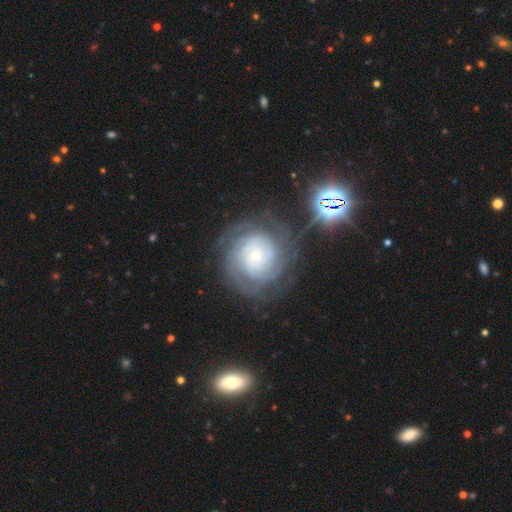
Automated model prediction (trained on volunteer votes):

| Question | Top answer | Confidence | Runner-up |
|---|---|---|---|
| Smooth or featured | featured or disk | 79% | smooth (13%) |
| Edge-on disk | no | 97% | yes (3%) |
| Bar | no | 81% | weak (15%) |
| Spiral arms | yes | 94% | no (6%) |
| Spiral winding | tight | 77% | medium (18%) |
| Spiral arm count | can't tell | 38% | 4 (18%) |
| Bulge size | small | 78% | moderate (16%) |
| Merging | none | 71% | minor disturbance (15%) |